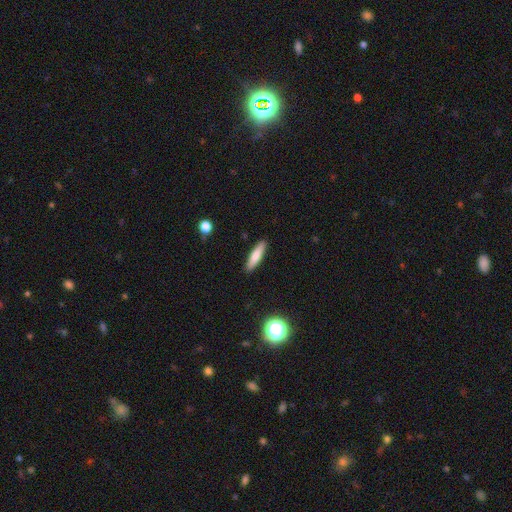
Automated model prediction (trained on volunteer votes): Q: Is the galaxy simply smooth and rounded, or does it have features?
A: smooth — 73%.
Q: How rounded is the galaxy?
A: cigar-shaped — 78%.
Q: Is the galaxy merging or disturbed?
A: none — 90%.